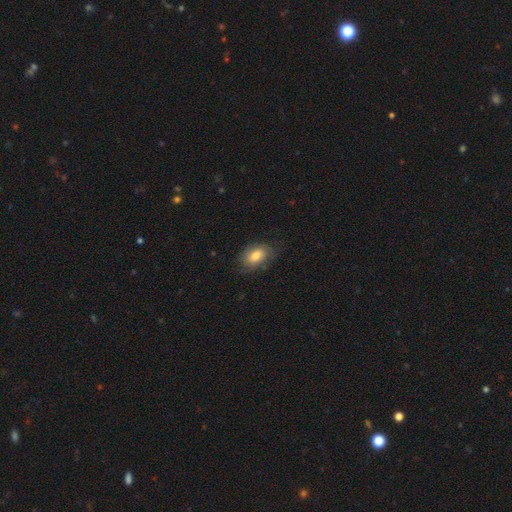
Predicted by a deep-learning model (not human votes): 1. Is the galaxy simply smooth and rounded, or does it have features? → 64% smooth, 28% featured or disk, 8% star or artifact.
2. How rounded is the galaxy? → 87% in between, 11% round, 2% cigar-shaped.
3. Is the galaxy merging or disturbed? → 68% none, 22% minor disturbance, 9% major disturbance, 1% merger.